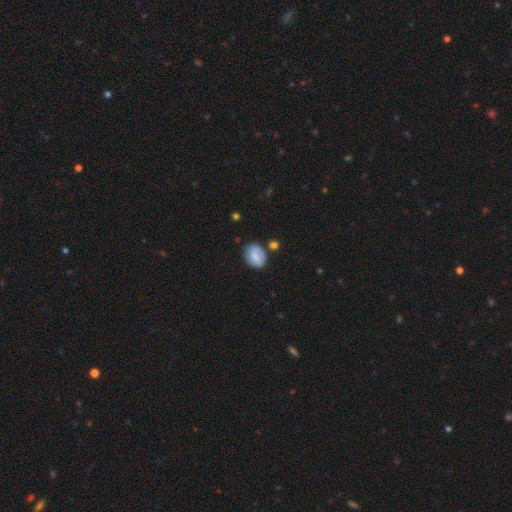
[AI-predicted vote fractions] smooth_or_featured: smooth (p=0.68) [alt: featured or disk p=0.24]
how_rounded: in between (p=0.60) [alt: round p=0.39]
merging: none (p=0.70) [alt: minor disturbance p=0.19]